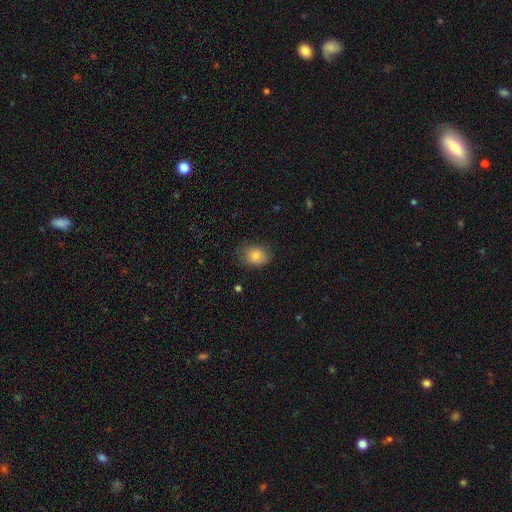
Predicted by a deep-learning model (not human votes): The model was most divided on "how rounded": round: 50%, in between: 49%, cigar-shaped: 1%. More confident: smooth or featured — smooth (82%); merging — none (74%).